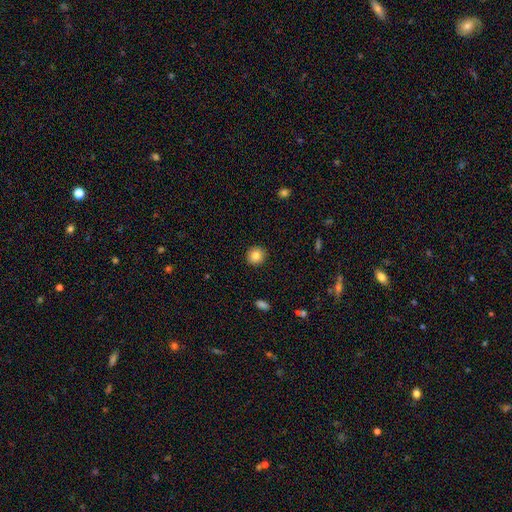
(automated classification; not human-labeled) Smooth or featured: smooth — 85% (star or artifact — 9%)
How rounded: round — 89% (in between — 10%)
Merging: none — 92% (minor disturbance — 5%)